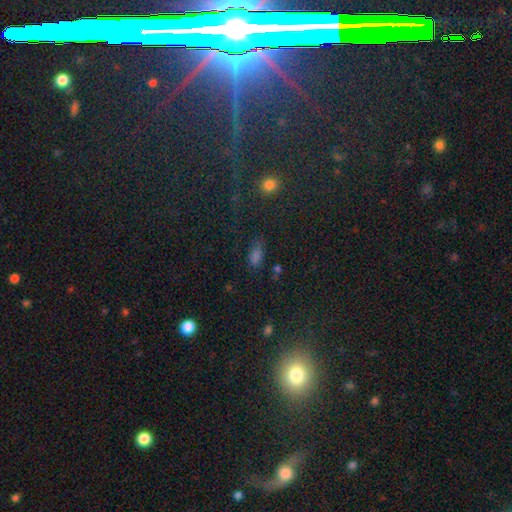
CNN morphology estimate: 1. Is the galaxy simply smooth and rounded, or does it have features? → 60% smooth, 30% star or artifact, 9% featured or disk.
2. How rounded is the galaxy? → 82% in between, 9% cigar-shaped, 9% round.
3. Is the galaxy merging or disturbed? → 69% none, 18% minor disturbance, 8% major disturbance, 4% merger.